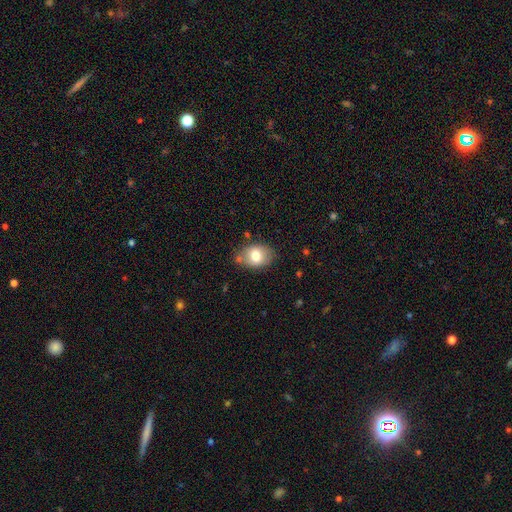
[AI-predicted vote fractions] Morphology: type=smooth (74%); roundness=in between (73%); merging=none (73%).